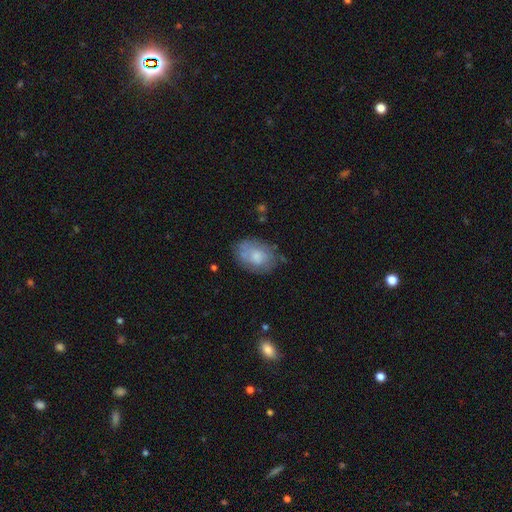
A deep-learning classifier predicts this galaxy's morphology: This appears to be a smooth galaxy with no disk features (66%) that is in between round and cigar-shaped (71%). Merging: none (65%).